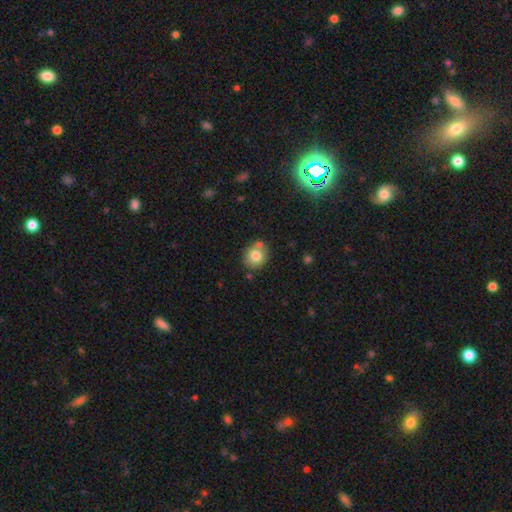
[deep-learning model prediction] This is likely a smooth galaxy (76%). How rounded: likely round (78%). Merging: likely none (70%).